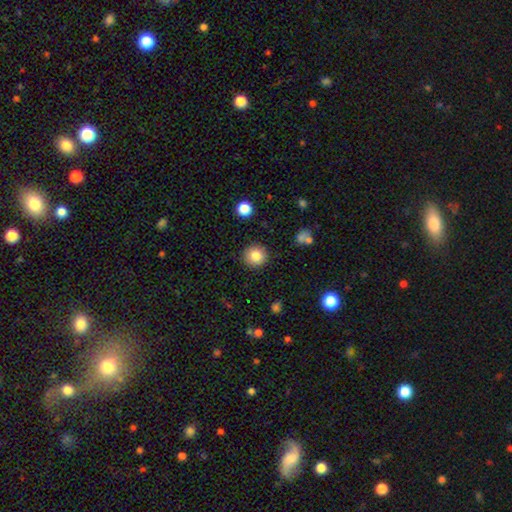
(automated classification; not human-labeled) Smooth or featured? smooth (83%)
How rounded? round (94%)
Merging? none (90%)